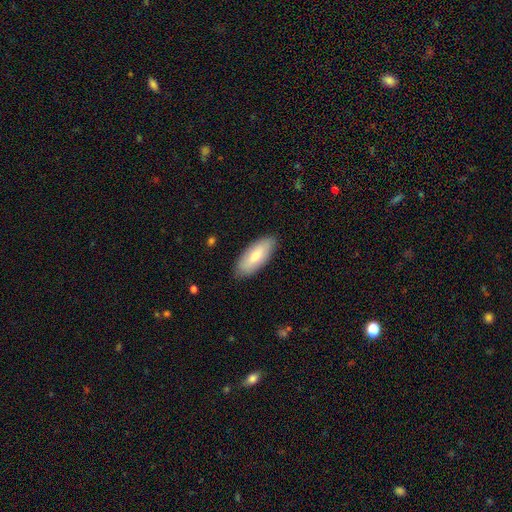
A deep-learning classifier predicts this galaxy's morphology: Q: Smooth or featured?
A: smooth (72%); runner-up: featured or disk (22%)
Q: How rounded?
A: in between (81%); runner-up: cigar-shaped (17%)
Q: Merging?
A: none (86%); runner-up: minor disturbance (11%)